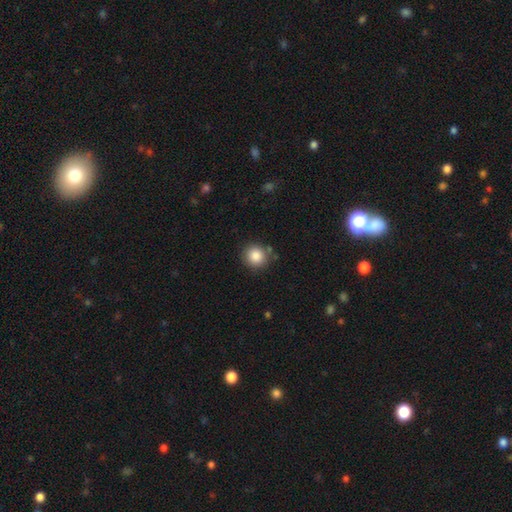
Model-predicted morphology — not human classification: This is clearly a smooth galaxy (86%). How rounded: clearly round (91%). Merging: clearly none (83%).